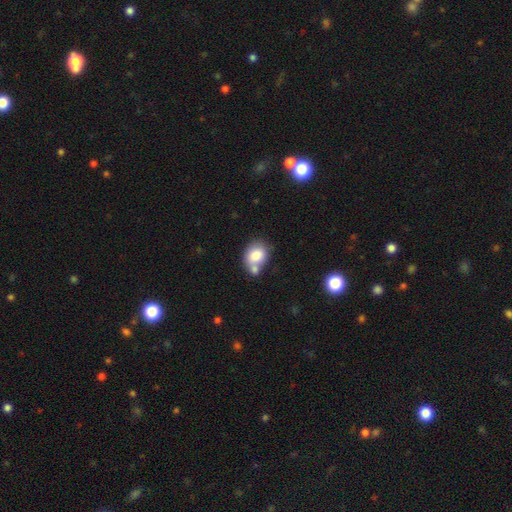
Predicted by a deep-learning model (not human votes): Smooth or featured?
  - smooth: 79% *
  - featured or disk: 13%
  - star or artifact: 8%
How rounded?
  - in between: 53% *
  - round: 46%
  - cigar-shaped: 1%
Merging?
  - merger: 41% *
  - none: 40%
  - minor disturbance: 14%
  - major disturbance: 5%